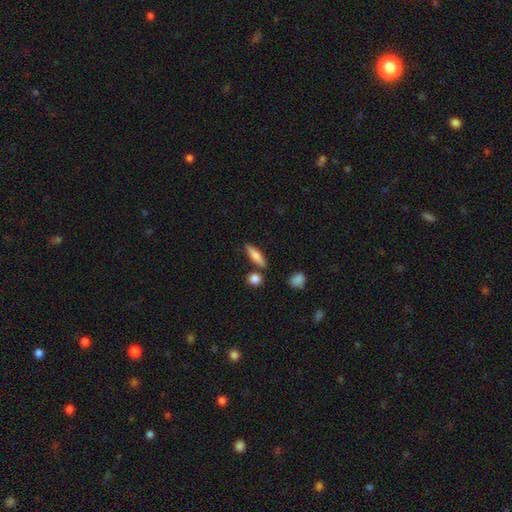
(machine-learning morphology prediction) The model was most divided on "how rounded": cigar-shaped: 65%, in between: 31%, round: 4%. More confident: merging — none (79%); smooth or featured — smooth (68%).